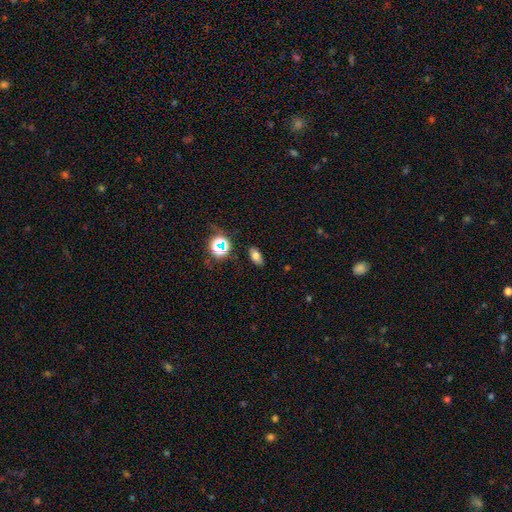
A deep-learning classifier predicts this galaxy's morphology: type=smooth (69%); roundness=in between (87%); merging=none (85%).